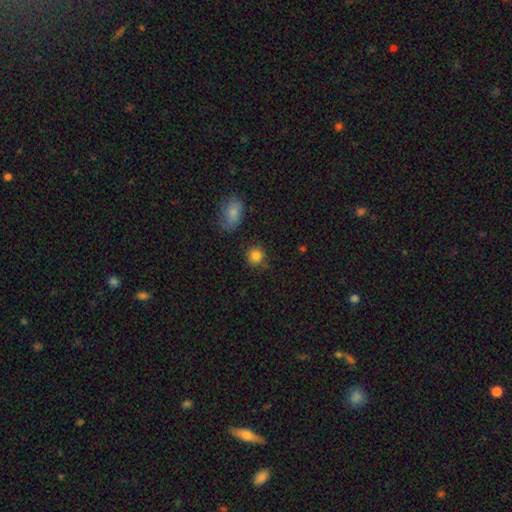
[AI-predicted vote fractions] This is clearly a smooth galaxy (85%). How rounded: clearly round (90%). Merging: clearly none (81%).